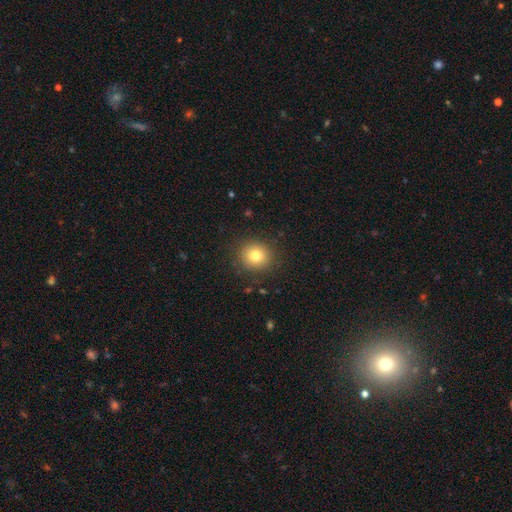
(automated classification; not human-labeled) Smooth or featured: smooth — 78% (star or artifact — 12%)
How rounded: round — 88% (in between — 11%)
Merging: none — 88% (minor disturbance — 7%)